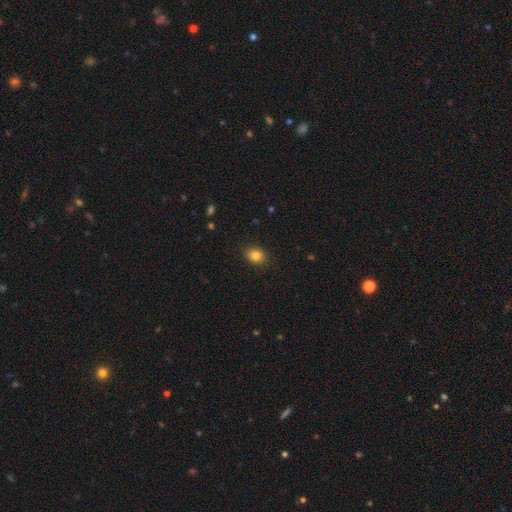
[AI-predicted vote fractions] smooth 82%, star or artifact 11%, featured or disk 7%. Down the decision tree: how rounded — in between (50%); merging — none (88%).